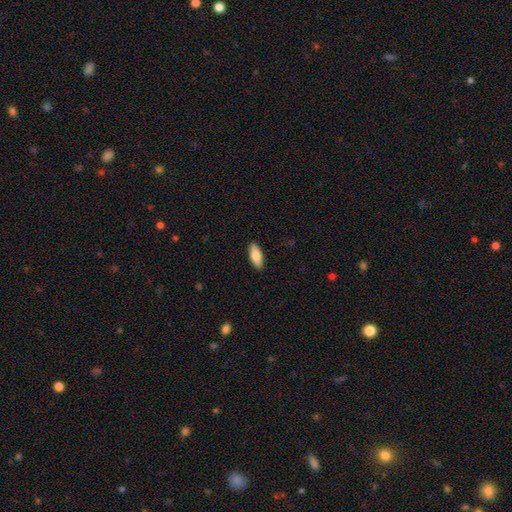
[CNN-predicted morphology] smooth_or_featured: smooth (p=0.76) [alt: featured or disk p=0.18]
how_rounded: in between (p=0.74) [alt: cigar-shaped p=0.24]
merging: none (p=0.90) [alt: minor disturbance p=0.08]